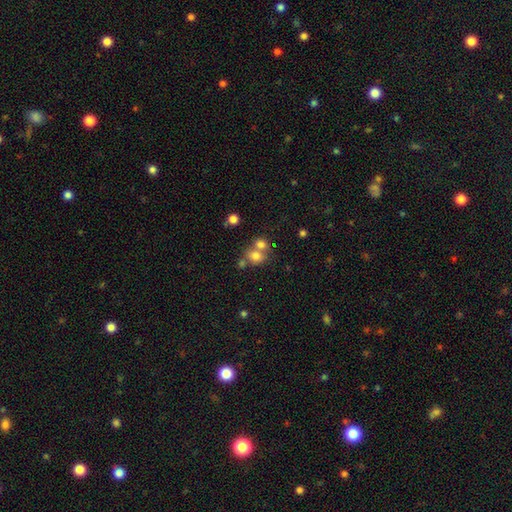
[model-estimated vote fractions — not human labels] Smooth or featured? smooth (73%)
How rounded? round (59%)
Merging? merger (49%)